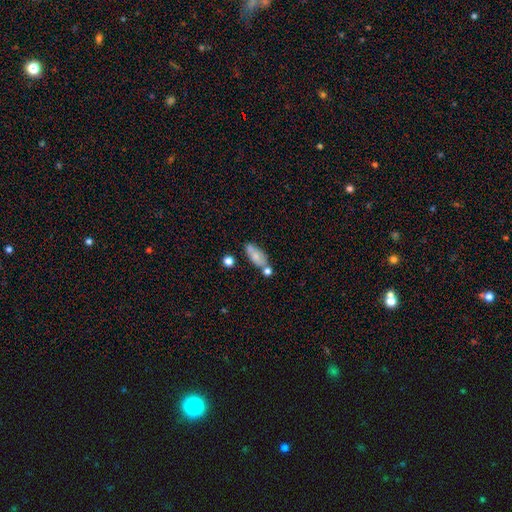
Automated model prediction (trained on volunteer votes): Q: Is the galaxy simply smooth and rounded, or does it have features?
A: smooth — 69%.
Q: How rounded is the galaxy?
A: in between — 82%.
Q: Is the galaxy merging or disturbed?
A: none — 53%.